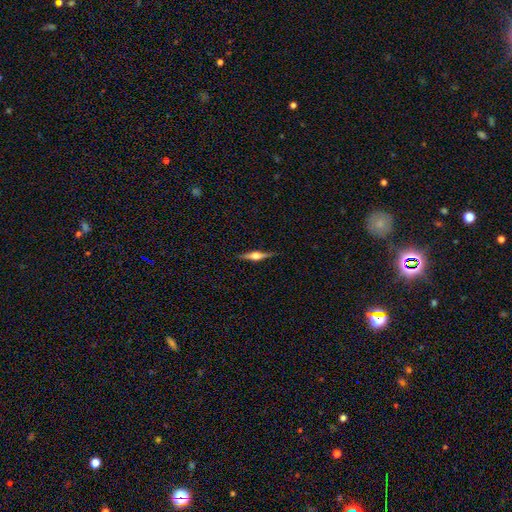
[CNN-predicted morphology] type=featured or disk (72%); edge-on=yes (98%); edge-on bulge=rounded (93%); merging=none (88%).